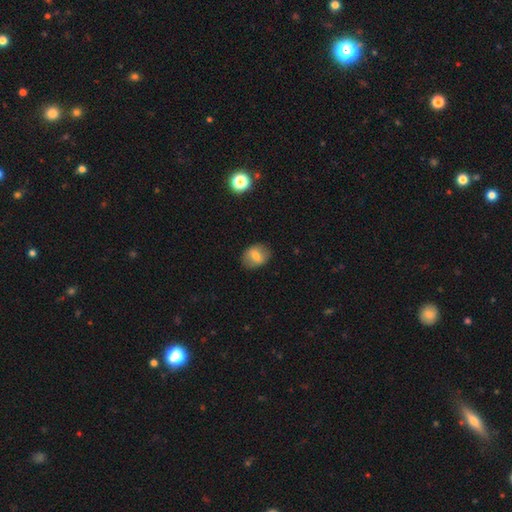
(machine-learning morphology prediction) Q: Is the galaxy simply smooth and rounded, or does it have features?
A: smooth — 64%.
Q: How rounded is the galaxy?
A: in between — 54%.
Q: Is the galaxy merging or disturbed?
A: none — 84%.